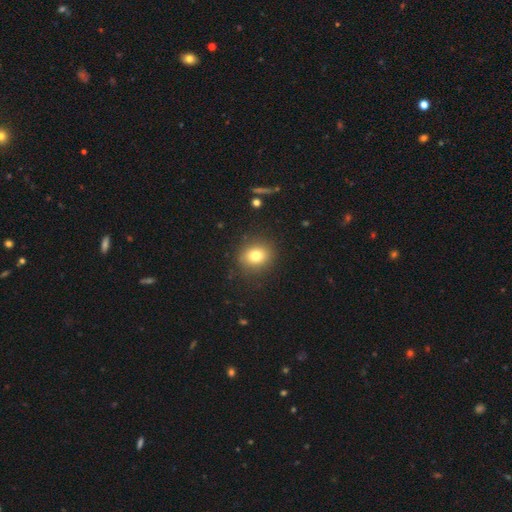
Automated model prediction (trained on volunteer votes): smooth-or-featured: smooth: 77% | star or artifact: 12% | featured or disk: 10%
  how-rounded: round: 73% | in between: 26% | cigar-shaped: 1%
  merging: none: 87% | minor disturbance: 8% | major disturbance: 3% | merger: 1%